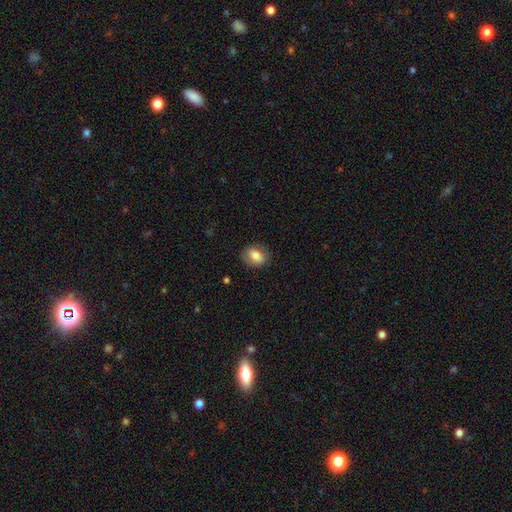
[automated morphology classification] The model was most divided on "how rounded": in between: 71%, round: 27%, cigar-shaped: 2%. More confident: merging — none (79%); smooth or featured — smooth (77%).